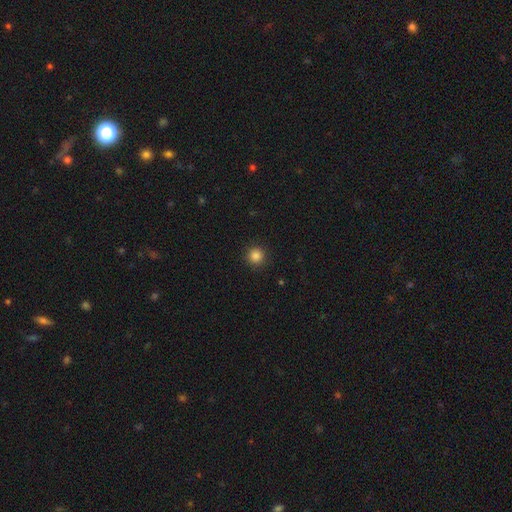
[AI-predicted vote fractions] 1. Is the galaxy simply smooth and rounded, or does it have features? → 85% smooth, 12% star or artifact, 3% featured or disk.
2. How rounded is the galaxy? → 95% round, 4% in between, 1% cigar-shaped.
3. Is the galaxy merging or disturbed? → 91% none, 6% minor disturbance, 2% major disturbance, 1% merger.